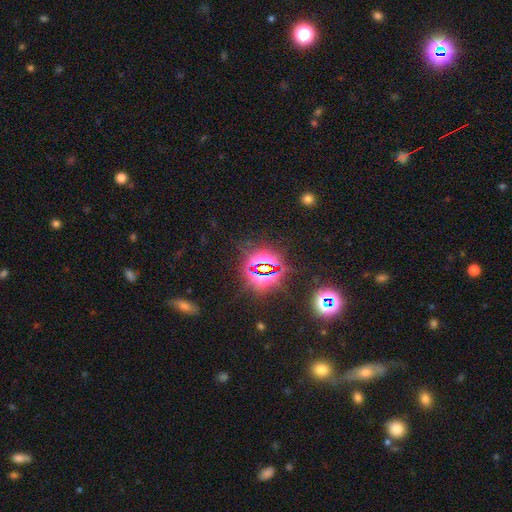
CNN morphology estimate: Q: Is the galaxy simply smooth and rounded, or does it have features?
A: star or artifact — 76%.